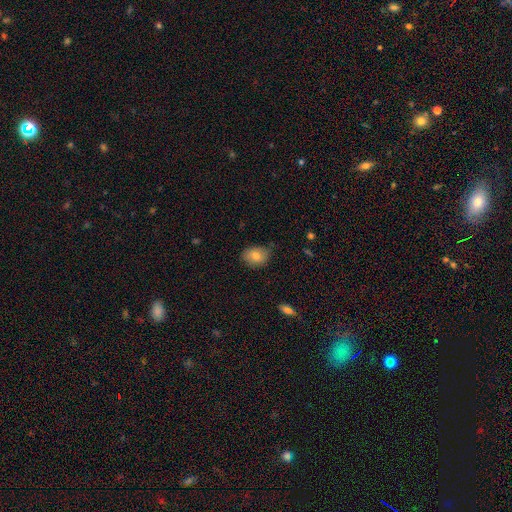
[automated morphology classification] Smooth or featured?
  - smooth: 79% *
  - featured or disk: 12%
  - star or artifact: 8%
How rounded?
  - in between: 66% *
  - round: 33%
  - cigar-shaped: 1%
Merging?
  - none: 76% *
  - minor disturbance: 20%
  - major disturbance: 3%
  - merger: 2%